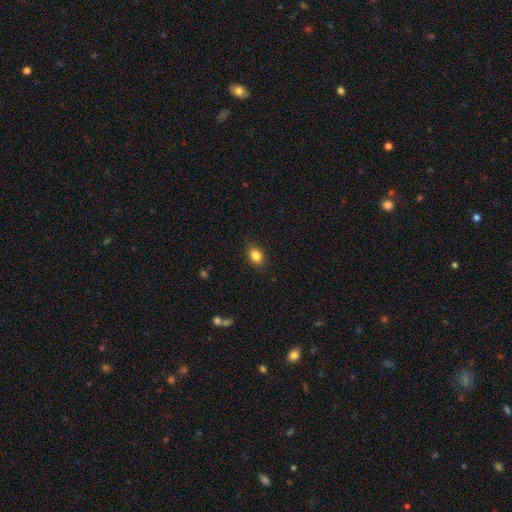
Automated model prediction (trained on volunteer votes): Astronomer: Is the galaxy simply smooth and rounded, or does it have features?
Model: smooth — 85%.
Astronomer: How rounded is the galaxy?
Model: in between — 66%.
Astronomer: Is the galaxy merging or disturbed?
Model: none — 86%.